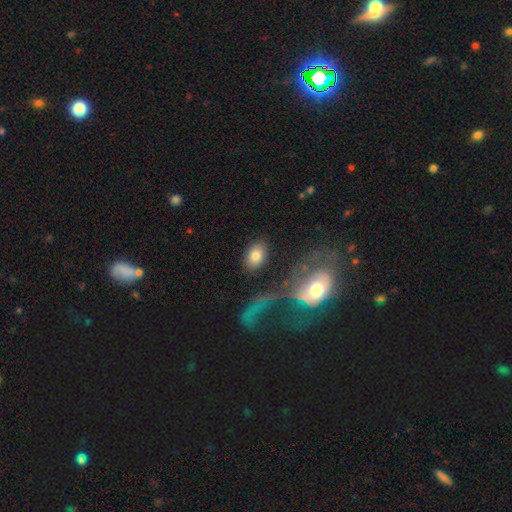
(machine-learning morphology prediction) Smooth or featured? smooth (79%)
How rounded? in between (85%)
Merging? none (78%)